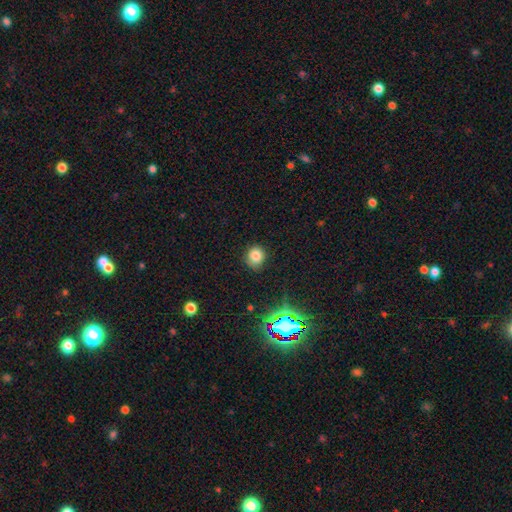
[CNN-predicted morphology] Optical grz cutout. It shows a smooth galaxy with no disk features (78%) that is round (77%). Merging: none (82%).